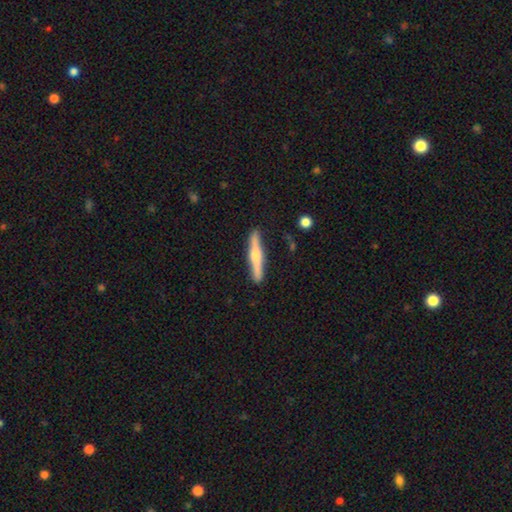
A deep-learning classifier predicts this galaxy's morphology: smooth-or-featured: featured or disk: 55% | smooth: 39% | star or artifact: 5%
  disk-edge-on: yes: 96% | no: 4%
    edge-on-bulge: rounded: 84% | boxy: 8% | none: 8%
  merging: none: 88% | minor disturbance: 8% | major disturbance: 2% | merger: 2%